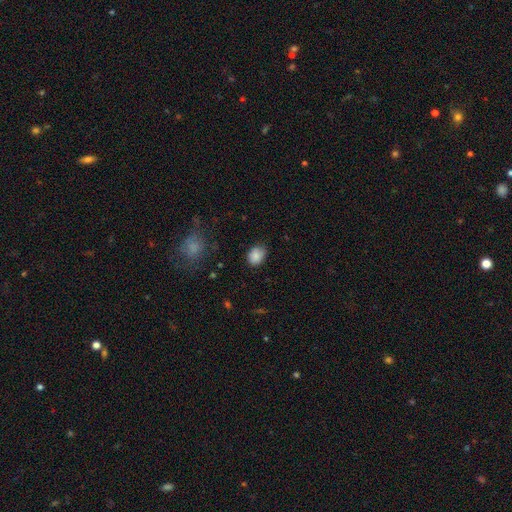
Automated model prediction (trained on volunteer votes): smooth_or_featured: smooth (p=0.85) [alt: star or artifact p=0.09]
how_rounded: in between (p=0.58) [alt: round p=0.40]
merging: none (p=0.68) [alt: minor disturbance p=0.25]